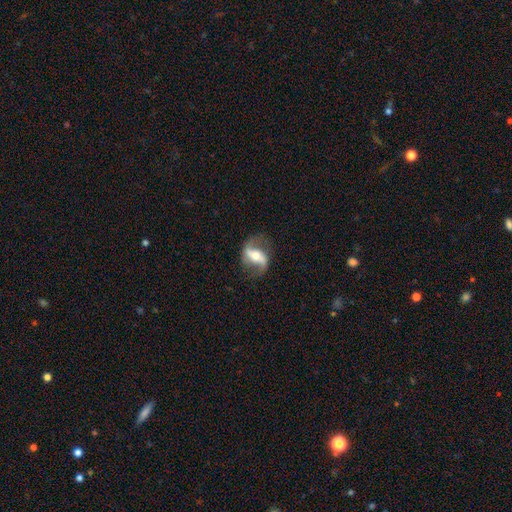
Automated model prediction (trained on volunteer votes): This is likely a featured or disk galaxy (79%). It is clearly not viewed edge-on (91%). Bar: possibly strong (52%). Spiral arm pattern: clearly yes (88%). Spiral arm count: clearly 2 (90%). Spiral winding: likely loose (69%). Central bulge: likely moderate (61%). Merging: likely none (75%).